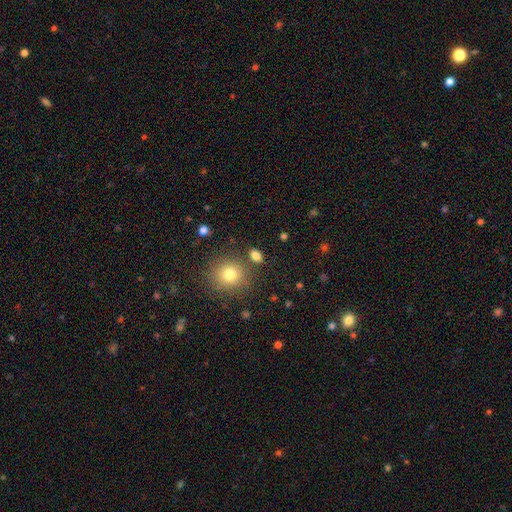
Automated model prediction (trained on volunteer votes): Smooth or featured? Predicted: smooth (p=0.81). How rounded? Predicted: in between (p=0.75). Merging? Predicted: none (p=0.80).